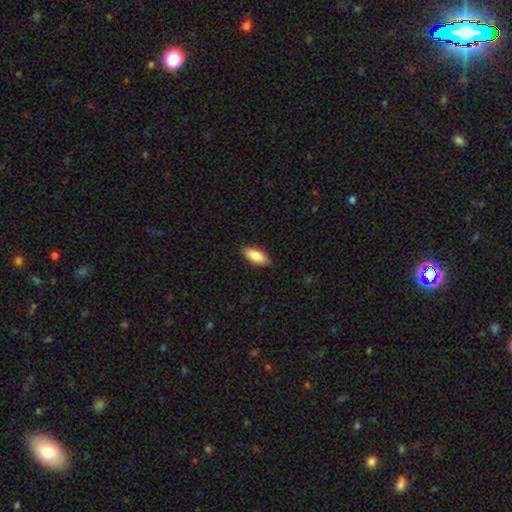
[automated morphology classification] This appears to be a smooth galaxy with no disk features (86%) that is in between round and cigar-shaped (87%). Merging: none (85%).